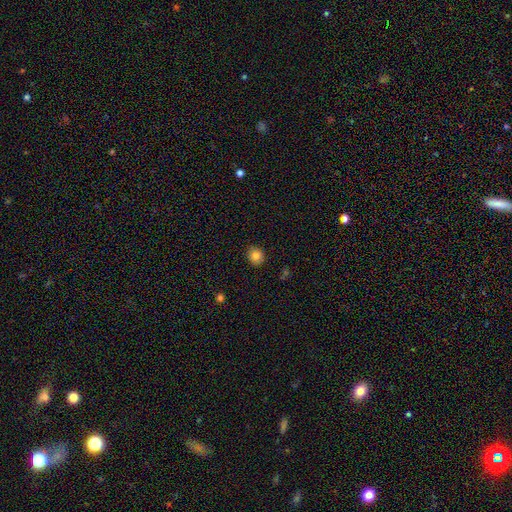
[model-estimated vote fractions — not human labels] smooth 83%, star or artifact 11%, featured or disk 6%. Down the decision tree: how rounded — round (82%); merging — none (89%).